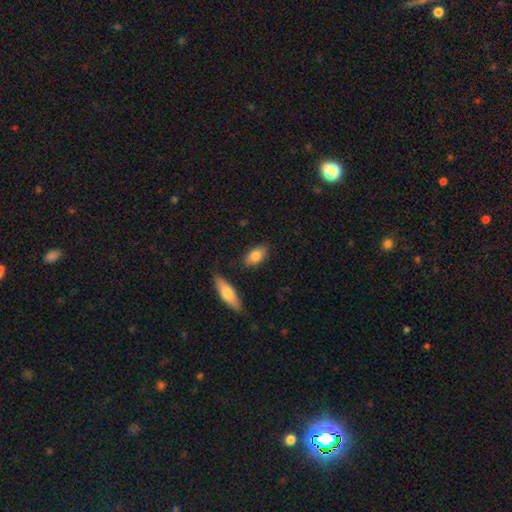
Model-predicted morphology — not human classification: smooth-or-featured: smooth: 82% | featured or disk: 12% | star or artifact: 6%
  how-rounded: in between: 88% | round: 6% | cigar-shaped: 5%
  merging: none: 81% | minor disturbance: 12% | merger: 4% | major disturbance: 3%